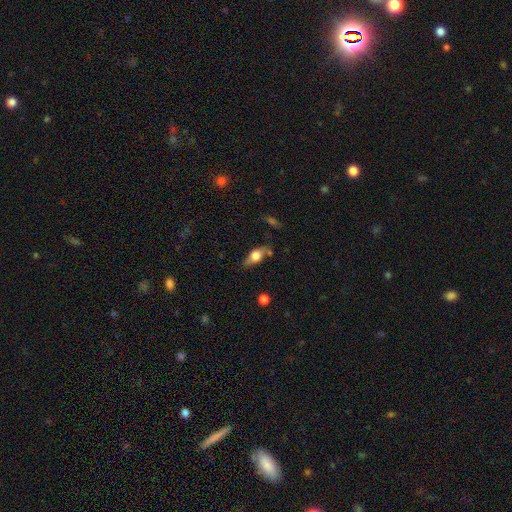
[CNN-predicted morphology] A smooth galaxy with no disk features (49%). Merging: none (72%).